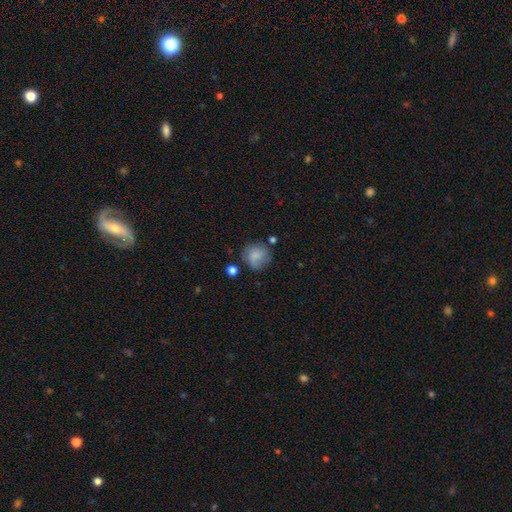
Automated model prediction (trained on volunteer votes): Overall: smooth (75%). How rounded: round (82%). Merging: none (62%; minor disturbance 23%).